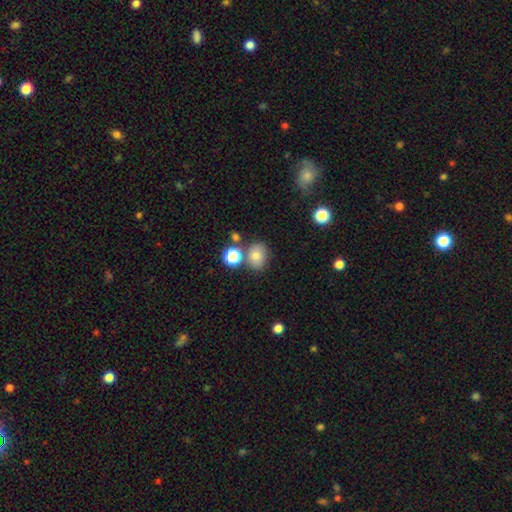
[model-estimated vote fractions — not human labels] Smooth or featured: smooth — 76% (star or artifact — 14%)
How rounded: round — 56% (in between — 43%)
Merging: none — 67% (merger — 15%)